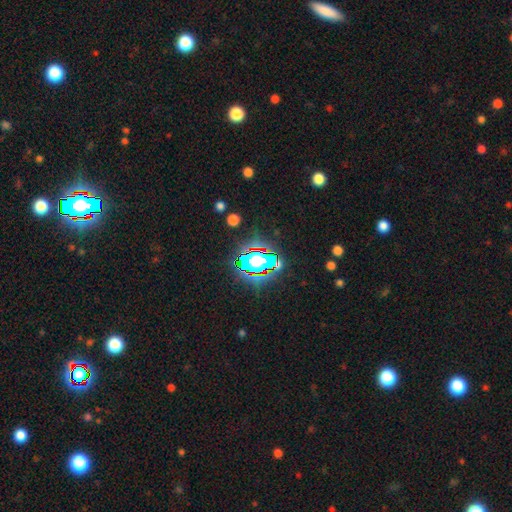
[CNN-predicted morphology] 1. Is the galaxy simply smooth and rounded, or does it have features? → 83% star or artifact, 10% smooth, 7% featured or disk.